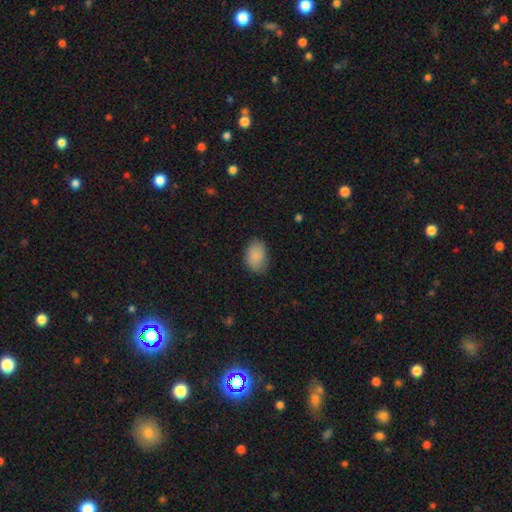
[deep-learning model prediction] Q: Smooth or featured?
A: smooth (88%); runner-up: star or artifact (7%)
Q: How rounded?
A: in between (83%); runner-up: round (16%)
Q: Merging?
A: none (79%); runner-up: minor disturbance (16%)